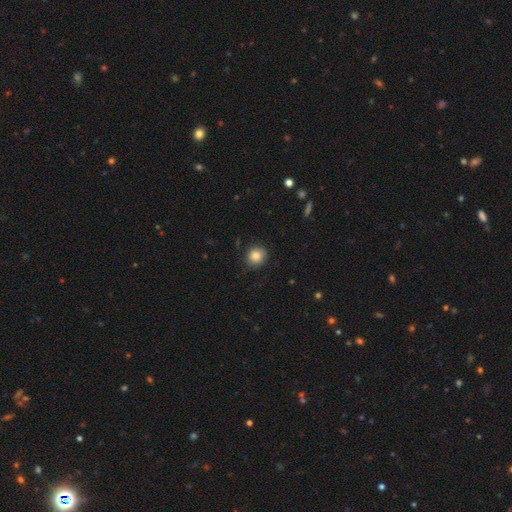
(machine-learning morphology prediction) smooth_or_featured: smooth (p=0.84) [alt: star or artifact p=0.09]
how_rounded: round (p=0.86) [alt: in between p=0.13]
merging: none (p=0.83) [alt: minor disturbance p=0.13]